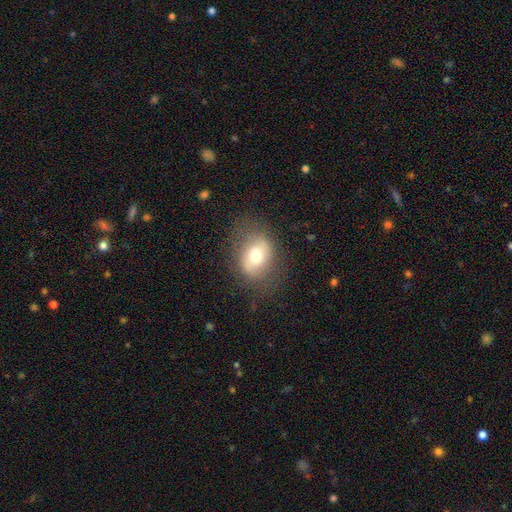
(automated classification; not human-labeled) Smooth or featured?
  - smooth: 61% *
  - featured or disk: 29%
  - star or artifact: 10%
How rounded?
  - in between: 58% *
  - round: 41%
  - cigar-shaped: 1%
Merging?
  - none: 74% *
  - minor disturbance: 17%
  - major disturbance: 8%
  - merger: 1%